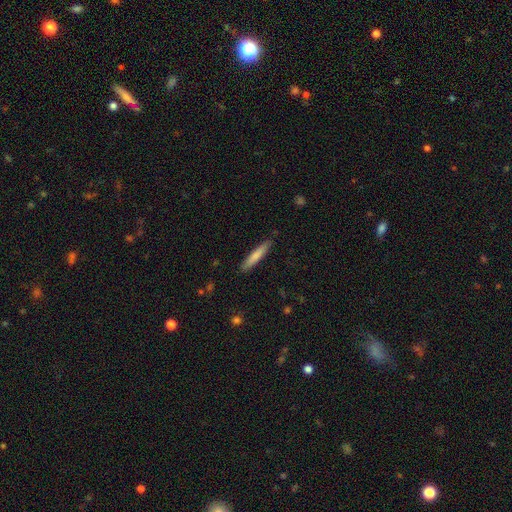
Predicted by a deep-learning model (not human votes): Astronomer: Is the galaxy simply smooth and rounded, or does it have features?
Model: smooth — 75%.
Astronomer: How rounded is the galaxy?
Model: cigar-shaped — 93%.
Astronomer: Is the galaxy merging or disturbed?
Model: none — 88%.